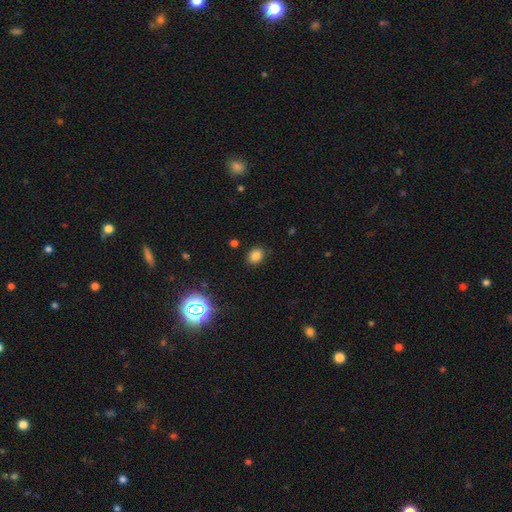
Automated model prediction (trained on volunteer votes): Smooth or featured?
  - smooth: 81% *
  - star or artifact: 15%
  - featured or disk: 5%
How rounded?
  - round: 56% *
  - in between: 43%
  - cigar-shaped: 1%
Merging?
  - none: 86% *
  - minor disturbance: 9%
  - major disturbance: 3%
  - merger: 2%